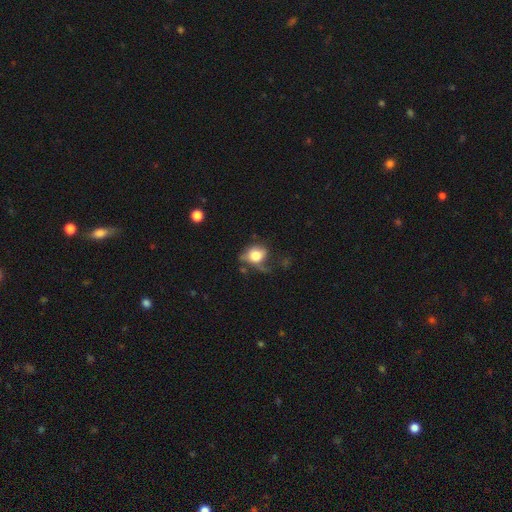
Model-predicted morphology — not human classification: Smooth or featured?
  - smooth: 72% *
  - featured or disk: 19%
  - star or artifact: 10%
How rounded?
  - round: 51% *
  - in between: 47%
  - cigar-shaped: 1%
Merging?
  - none: 34% *
  - major disturbance: 30%
  - minor disturbance: 29%
  - merger: 7%